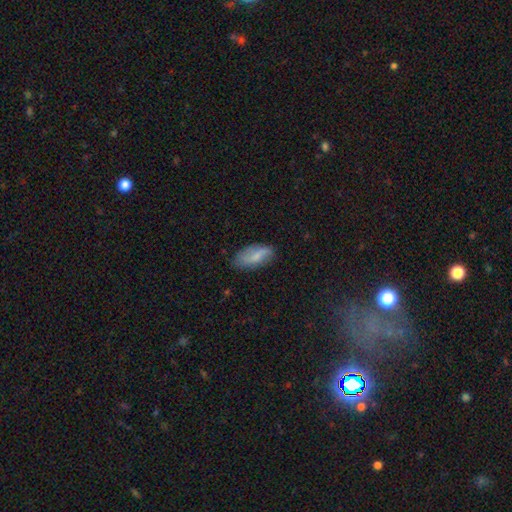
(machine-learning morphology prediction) Q: Smooth or featured?
A: smooth (65%); runner-up: featured or disk (28%)
Q: How rounded?
A: in between (86%); runner-up: cigar-shaped (12%)
Q: Merging?
A: none (70%); runner-up: minor disturbance (23%)